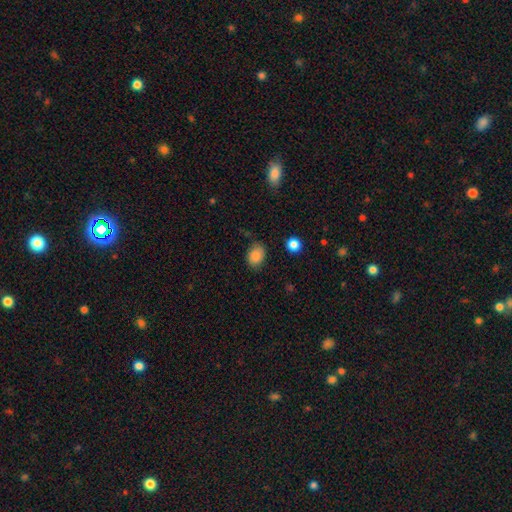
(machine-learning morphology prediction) Smooth or featured? smooth (86%)
How rounded? in between (71%)
Merging? none (78%)